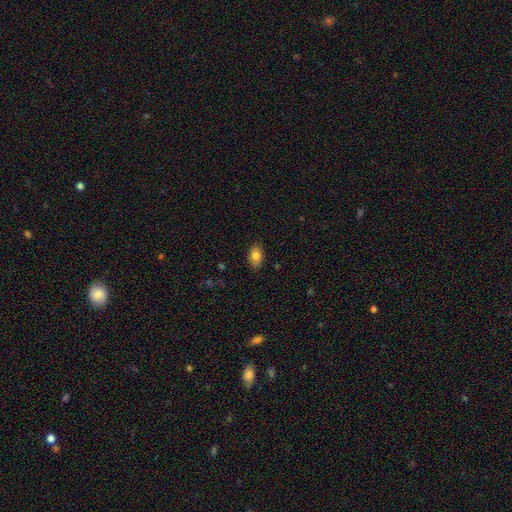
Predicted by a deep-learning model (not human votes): Smooth or featured? smooth (83%)
How rounded? in between (89%)
Merging? none (85%)